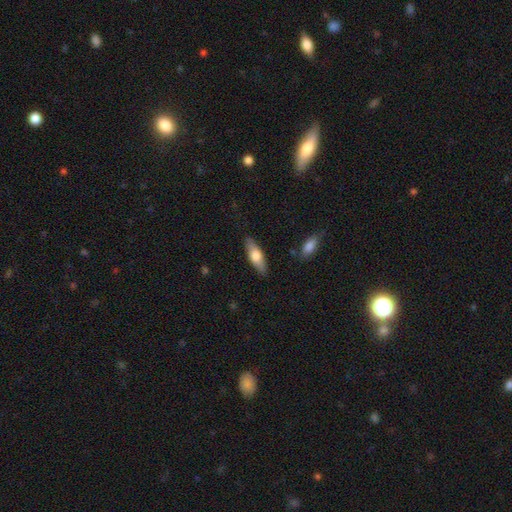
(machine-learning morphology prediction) smooth 60%, featured or disk 34%, star or artifact 5%. Down the decision tree: how rounded — in between (53%); merging — none (86%).